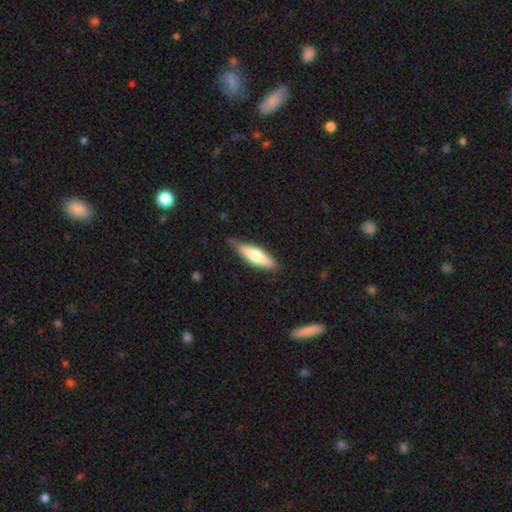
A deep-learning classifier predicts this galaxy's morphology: Smooth or featured? Predicted: smooth (p=0.60). How rounded? Predicted: cigar-shaped (p=0.57). Merging? Predicted: none (p=0.80).